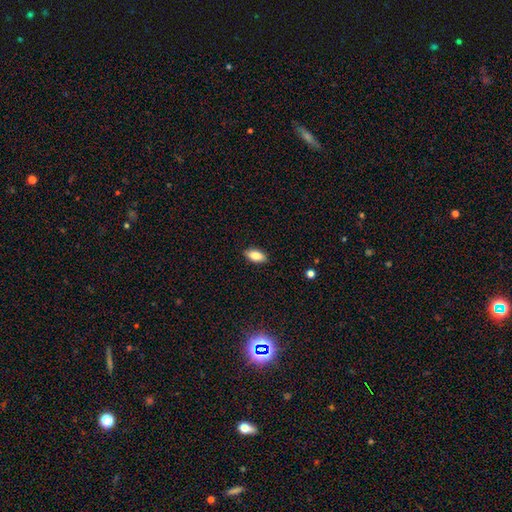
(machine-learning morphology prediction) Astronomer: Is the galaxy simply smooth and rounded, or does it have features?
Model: smooth — 84%.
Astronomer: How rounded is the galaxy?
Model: in between — 89%.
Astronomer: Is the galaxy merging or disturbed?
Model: none — 88%.